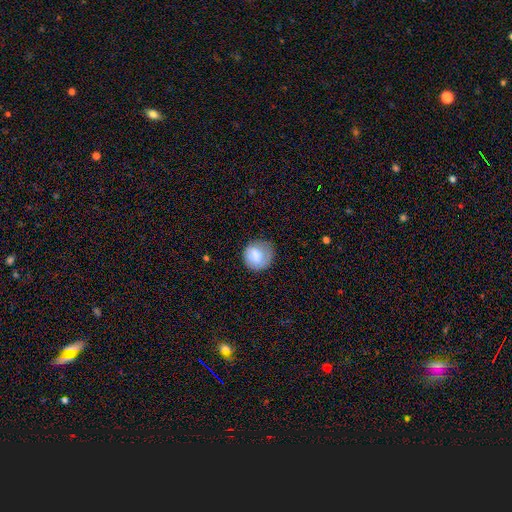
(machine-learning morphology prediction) Smooth or featured?
  - smooth: 79% *
  - featured or disk: 14%
  - star or artifact: 7%
How rounded?
  - round: 87% *
  - in between: 12%
  - cigar-shaped: 1%
Merging?
  - none: 70% *
  - minor disturbance: 21%
  - major disturbance: 8%
  - merger: 1%